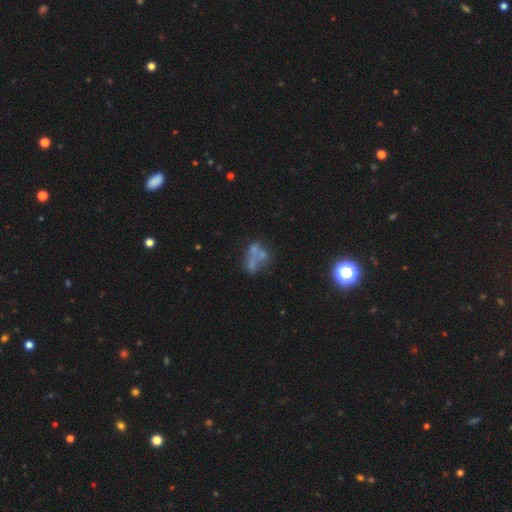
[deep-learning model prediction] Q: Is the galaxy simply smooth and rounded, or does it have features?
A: featured or disk — 42%.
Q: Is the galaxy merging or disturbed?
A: merger — 37%.